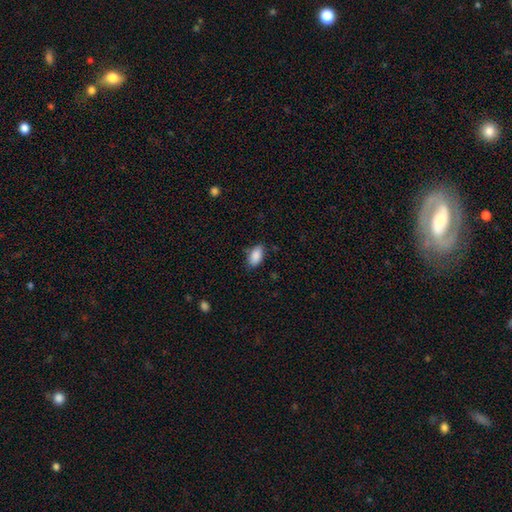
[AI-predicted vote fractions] The model was most divided on "merging": none: 79%, minor disturbance: 16%, major disturbance: 3%, merger: 2%. More confident: how rounded — in between (92%); smooth or featured — smooth (89%).